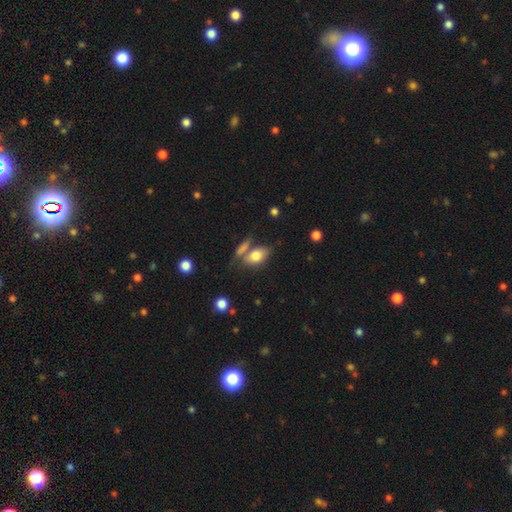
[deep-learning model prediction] A smooth galaxy with no disk features (79%) that is in between round and cigar-shaped (84%).

Vote fractions:
- Smooth or featured? smooth: 79% / featured or disk: 13% / star or artifact: 8%
- How rounded? in between: 84% / round: 11% / cigar-shaped: 5%
- Merging? none: 50% / merger: 29% / minor disturbance: 14% / major disturbance: 6%